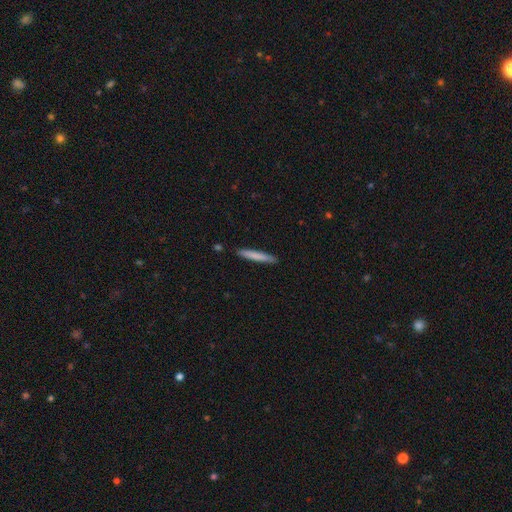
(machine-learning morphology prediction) Smooth or featured? Predicted: smooth (p=0.77). How rounded? Predicted: cigar-shaped (p=0.95). Merging? Predicted: none (p=0.89).